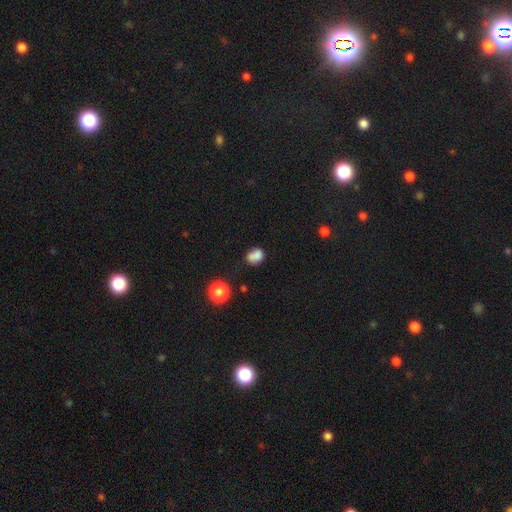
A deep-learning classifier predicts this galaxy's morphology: smooth_or_featured: smooth (p=0.76) [alt: featured or disk p=0.12]
how_rounded: in between (p=0.53) [alt: round p=0.46]
merging: none (p=0.46) [alt: merger p=0.27]